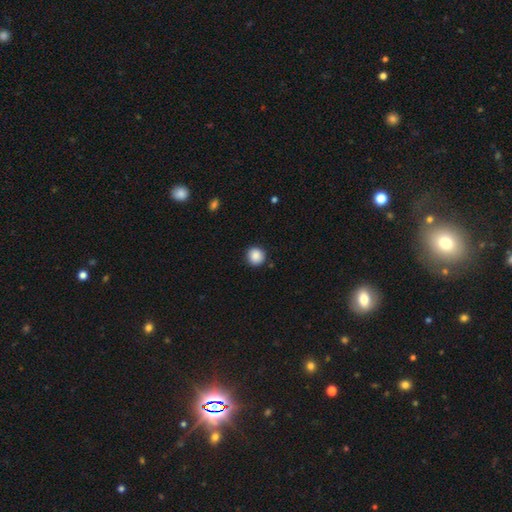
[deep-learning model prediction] A smooth galaxy with no disk features (88%) that is round (94%).

Vote fractions:
- Smooth or featured? smooth: 88% / star or artifact: 9% / featured or disk: 3%
- How rounded? round: 94% / in between: 5% / cigar-shaped: 1%
- Merging? none: 90% / minor disturbance: 7% / major disturbance: 2% / merger: 1%